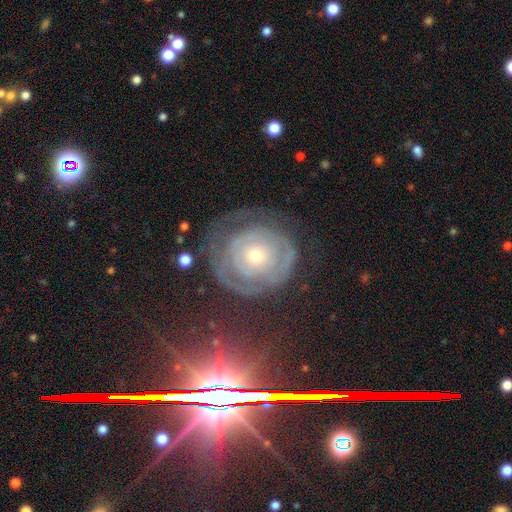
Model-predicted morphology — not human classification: Smooth or featured? featured or disk (71%)
Edge-on disk? no (96%)
Bar? no (85%)
Spiral arms? yes (69%)
Bulge size? small (56%)
Merging? none (65%)